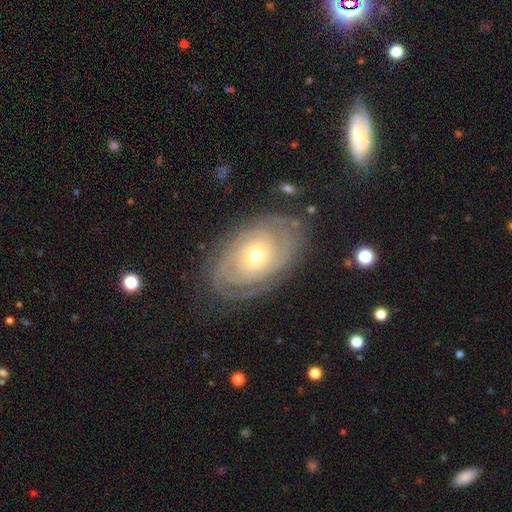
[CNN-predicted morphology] Smooth or featured? Predicted: featured or disk (p=0.82). Edge-on disk? Predicted: no (p=0.94). Bar? Predicted: no (p=0.83). Spiral arms? Predicted: yes (p=0.88). Spiral winding? Predicted: tight (p=0.81). Spiral arm count? Predicted: can't tell (p=0.40). Bulge size? Predicted: moderate (p=0.49). Merging? Predicted: none (p=0.78).